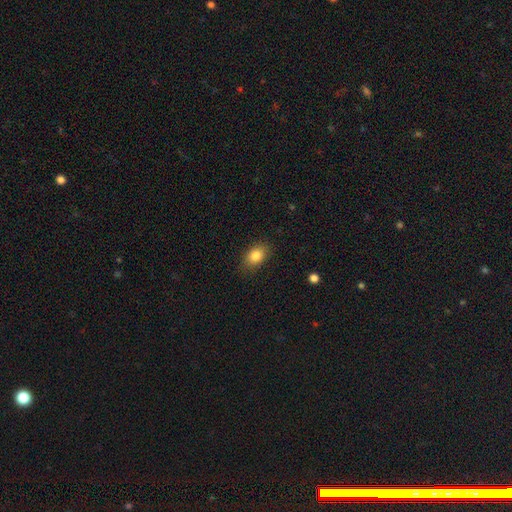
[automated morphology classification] smooth-or-featured: smooth: 84% | star or artifact: 9% | featured or disk: 7%
  how-rounded: in between: 78% | round: 20% | cigar-shaped: 2%
  merging: none: 84% | minor disturbance: 12% | major disturbance: 3% | merger: 1%